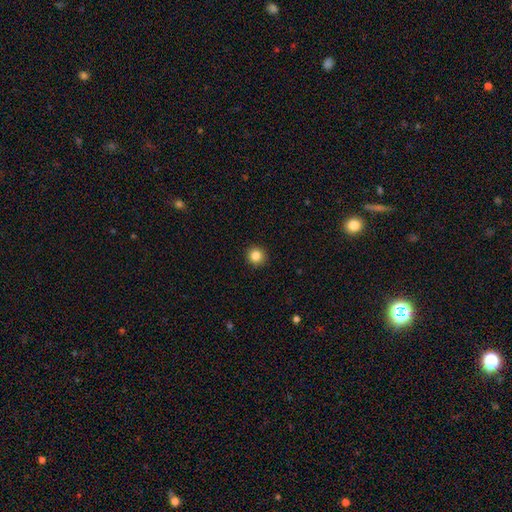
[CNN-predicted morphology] smooth_or_featured: smooth (p=0.85) [alt: star or artifact p=0.10]
how_rounded: round (p=0.94) [alt: in between p=0.05]
merging: none (p=0.93) [alt: minor disturbance p=0.05]